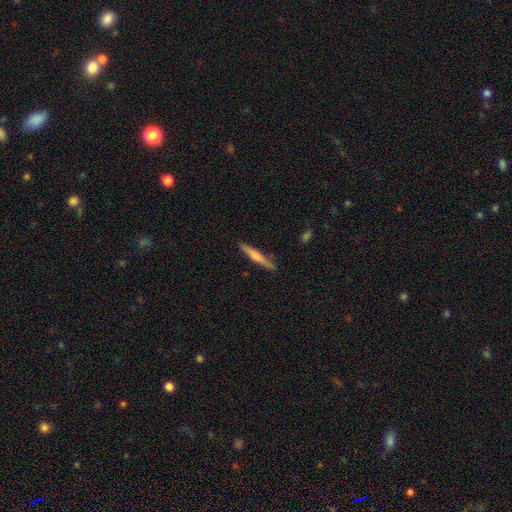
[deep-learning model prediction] Smooth or featured: featured or disk — 58% (smooth — 36%)
Edge-on disk: yes — 97% (no — 3%)
Edge-on bulge: rounded — 70% (none — 20%)
Merging: none — 89% (minor disturbance — 8%)